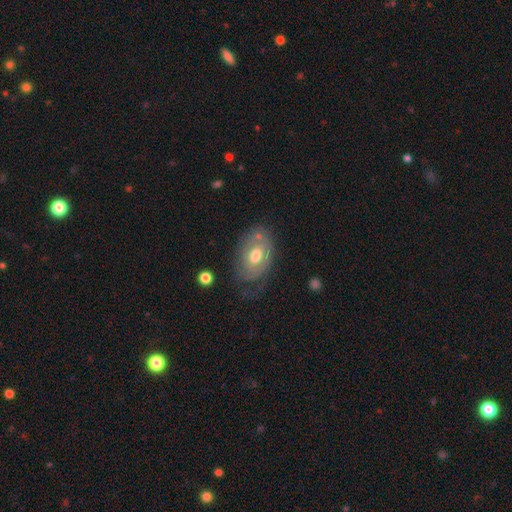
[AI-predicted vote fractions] Smooth or featured? featured or disk (56%)
Edge-on disk? no (92%)
Bar? no (75%)
Spiral arms? no (52%)
Bulge size? moderate (71%)
Merging? none (55%)